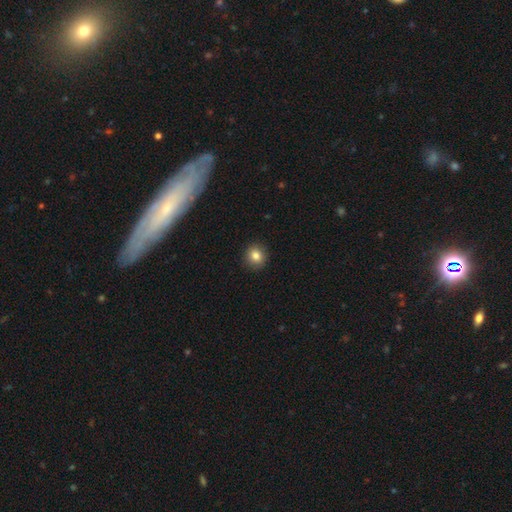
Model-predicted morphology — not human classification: Smooth or featured: smooth — 84% (star or artifact — 10%)
How rounded: round — 89% (in between — 10%)
Merging: none — 91% (minor disturbance — 6%)